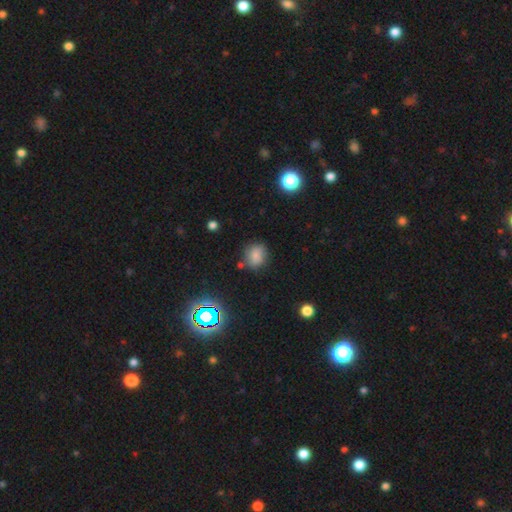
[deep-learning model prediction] The model was most divided on "how rounded": round: 69%, in between: 29%, cigar-shaped: 1%. More confident: merging — none (73%); smooth or featured — smooth (73%).